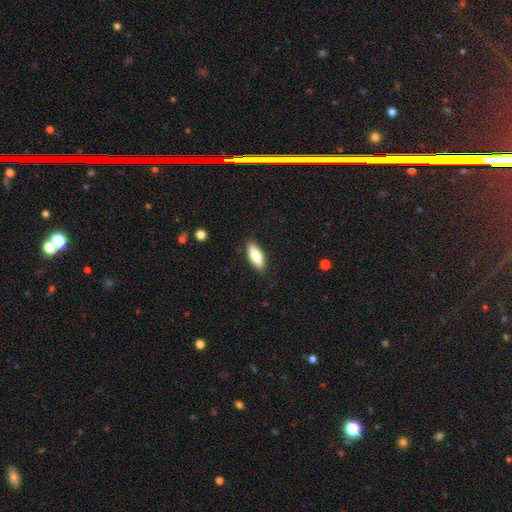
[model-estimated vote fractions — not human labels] smooth-or-featured: smooth: 75% | featured or disk: 19% | star or artifact: 6%
  how-rounded: in between: 71% | cigar-shaped: 27% | round: 2%
  merging: none: 87% | minor disturbance: 9% | major disturbance: 2% | merger: 1%